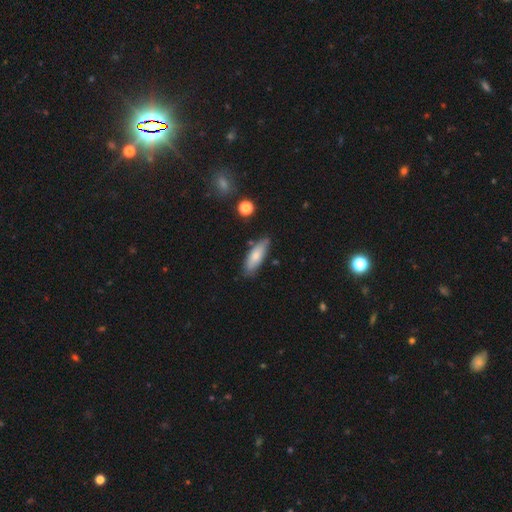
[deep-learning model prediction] A smooth galaxy with no disk features (74%) that is in between round and cigar-shaped (58%).

Vote fractions:
- Smooth or featured? smooth: 74% / featured or disk: 19% / star or artifact: 6%
- How rounded? in between: 58% / cigar-shaped: 40% / round: 2%
- Merging? none: 78% / minor disturbance: 16% / merger: 3% / major disturbance: 3%